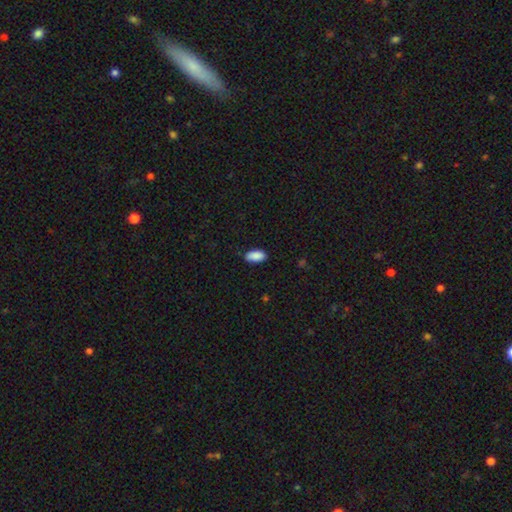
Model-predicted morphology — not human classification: A smooth galaxy with no disk features (90%) that is in between round and cigar-shaped (93%). Merging: none (86%).